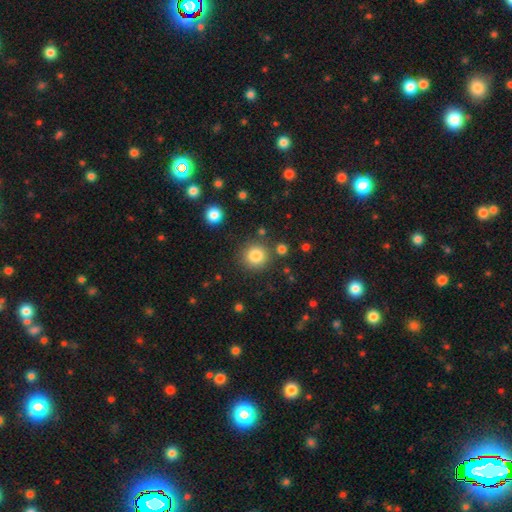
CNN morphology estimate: A smooth galaxy with no disk features (84%) that is round (93%). Merging: none (85%).